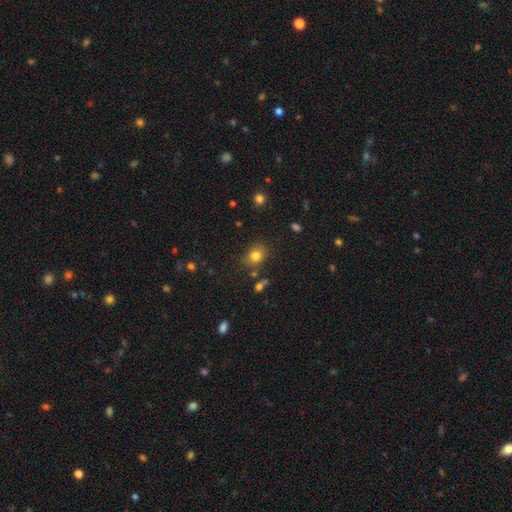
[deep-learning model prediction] smooth 80%, star or artifact 13%, featured or disk 8%. Down the decision tree: how rounded — round (52%); merging — none (75%).